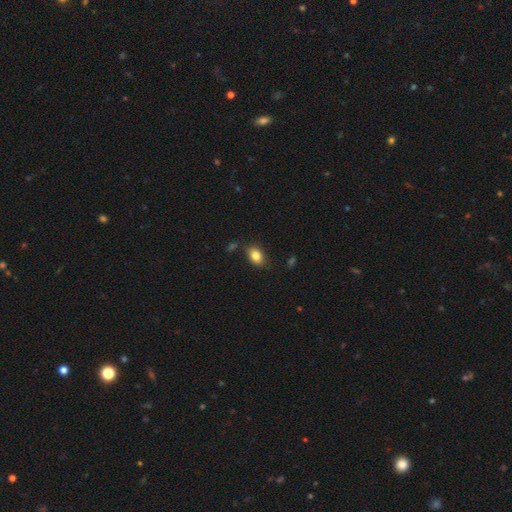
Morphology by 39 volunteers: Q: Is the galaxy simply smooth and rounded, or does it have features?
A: smooth — 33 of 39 (85%).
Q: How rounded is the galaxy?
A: in between — 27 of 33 (82%).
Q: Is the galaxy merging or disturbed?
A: none — 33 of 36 (92%).